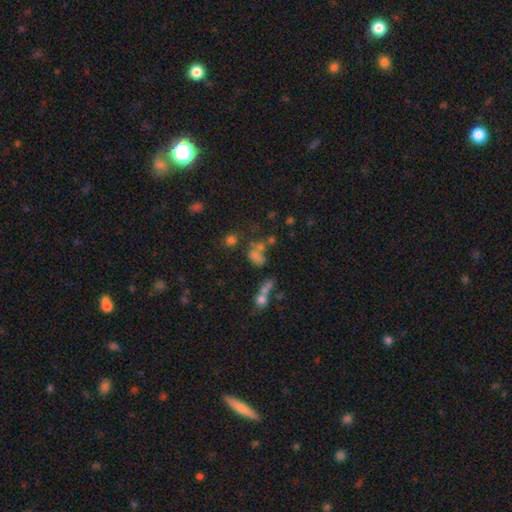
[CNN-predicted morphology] A smooth galaxy with no disk features (52%) that is in between round and cigar-shaped (60%).

Vote fractions:
- Smooth or featured? smooth: 52% / star or artifact: 30% / featured or disk: 18%
- How rounded? in between: 60% / round: 35% / cigar-shaped: 5%
- Merging? none: 37% / merger: 35% / major disturbance: 15% / minor disturbance: 13%